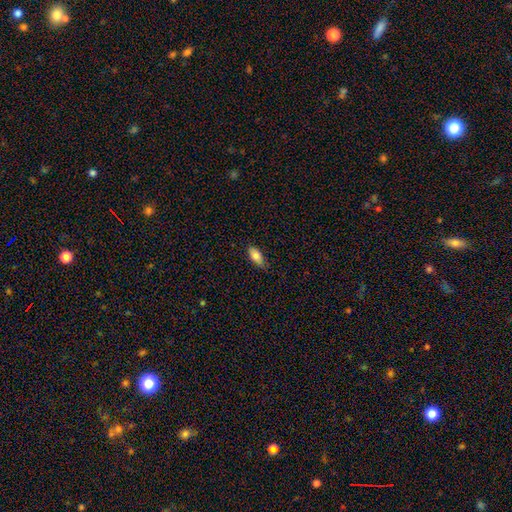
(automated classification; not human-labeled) A smooth galaxy with no disk features (81%) that is in between round and cigar-shaped (86%).

Vote fractions:
- Smooth or featured? smooth: 81% / featured or disk: 12% / star or artifact: 7%
- How rounded? in between: 86% / cigar-shaped: 12% / round: 3%
- Merging? none: 78% / minor disturbance: 19% / major disturbance: 3% / merger: 1%